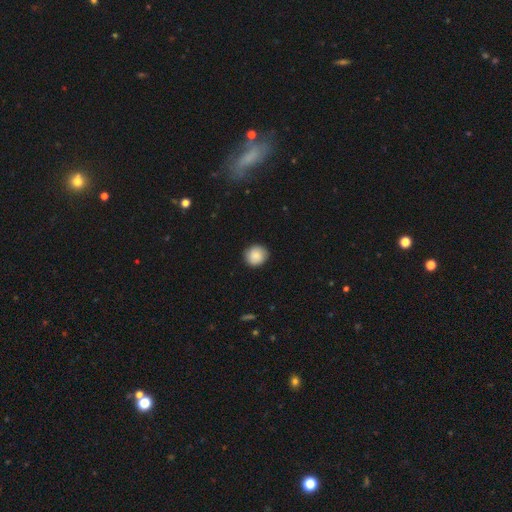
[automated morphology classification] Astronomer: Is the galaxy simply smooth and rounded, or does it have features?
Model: smooth — 85%.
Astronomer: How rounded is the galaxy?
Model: round — 88%.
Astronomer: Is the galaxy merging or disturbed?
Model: none — 88%.